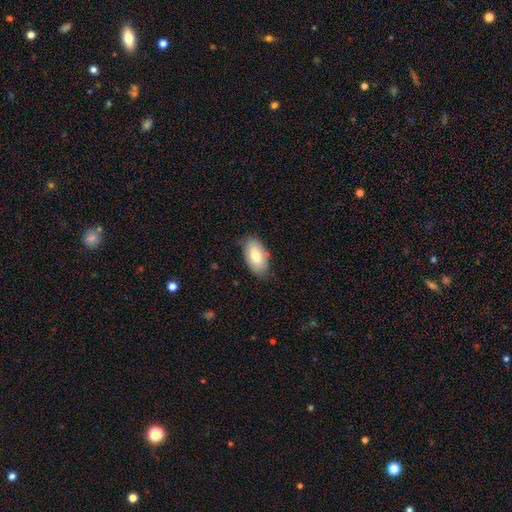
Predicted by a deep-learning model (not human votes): This appears to be a smooth galaxy with no disk features (73%) that is in between round and cigar-shaped (94%). Merging: none (77%).